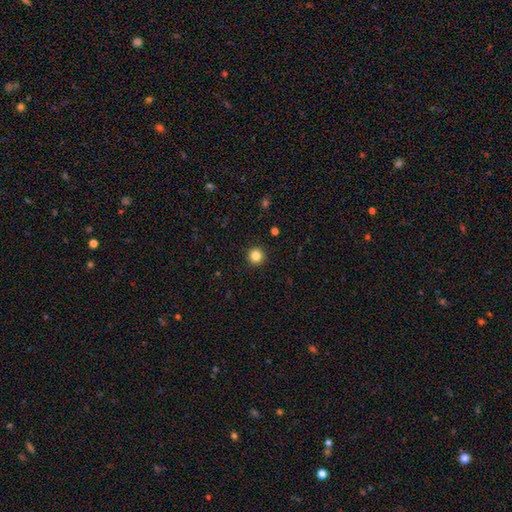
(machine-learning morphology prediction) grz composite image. It shows a smooth galaxy with no disk features (85%) that is round (95%). Merging: none (93%).